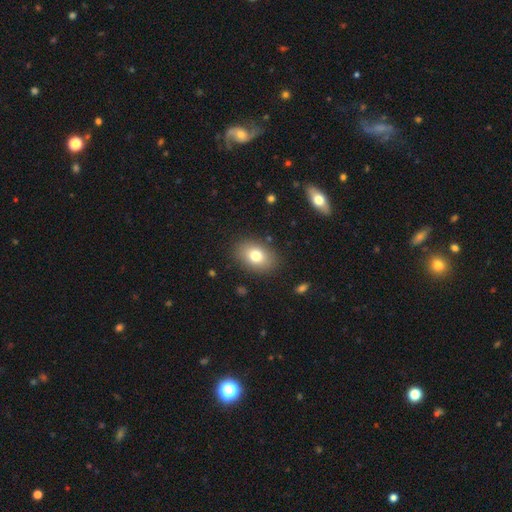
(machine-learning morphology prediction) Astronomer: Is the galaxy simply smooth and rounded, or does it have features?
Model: smooth — 78%.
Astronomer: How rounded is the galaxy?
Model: in between — 80%.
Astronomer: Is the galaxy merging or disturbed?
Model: none — 87%.